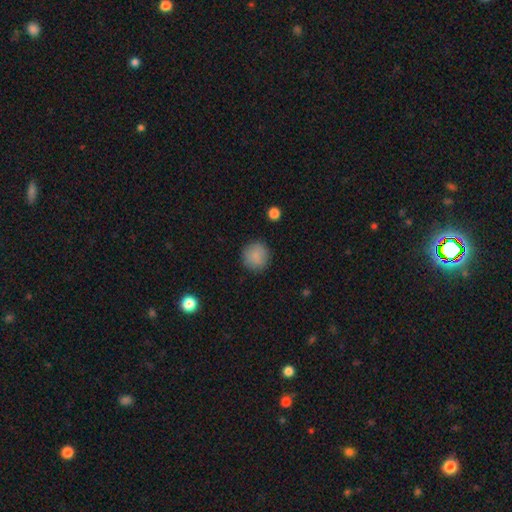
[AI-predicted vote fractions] The model was most divided on "smooth or featured": smooth: 87%, star or artifact: 9%, featured or disk: 5%. More confident: how rounded — round (93%); merging — none (88%).